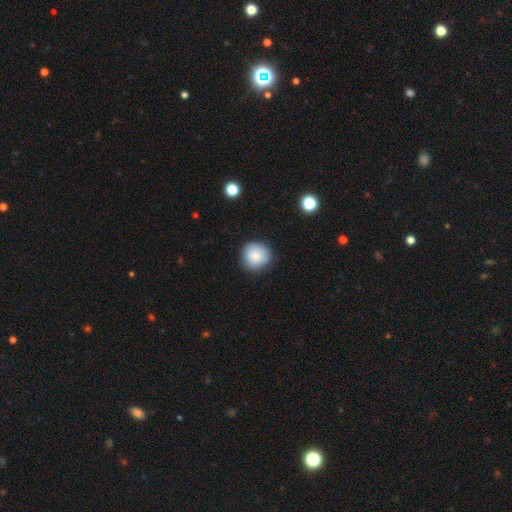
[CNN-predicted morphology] A smooth galaxy with no disk features (83%) that is round (92%).

Vote fractions:
- Smooth or featured? smooth: 83% / featured or disk: 9% / star or artifact: 8%
- How rounded? round: 92% / in between: 7% / cigar-shaped: 1%
- Merging? none: 85% / minor disturbance: 11% / major disturbance: 3% / merger: 1%